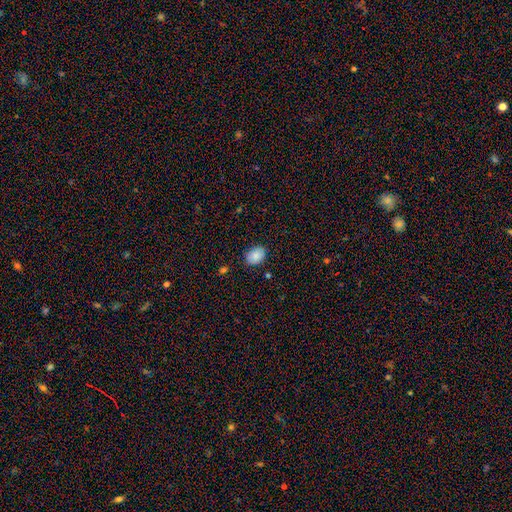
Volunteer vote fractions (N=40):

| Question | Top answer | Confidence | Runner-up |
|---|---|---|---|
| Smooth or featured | smooth | 82% | featured or disk (10%) |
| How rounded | in between | 67% | round (33%) |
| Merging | none | 84% | minor disturbance (11%) |